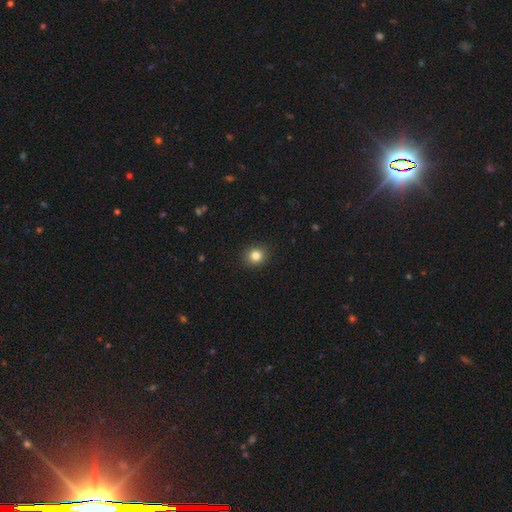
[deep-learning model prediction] A smooth galaxy with no disk features (83%) that is round (82%). Merging: none (91%).